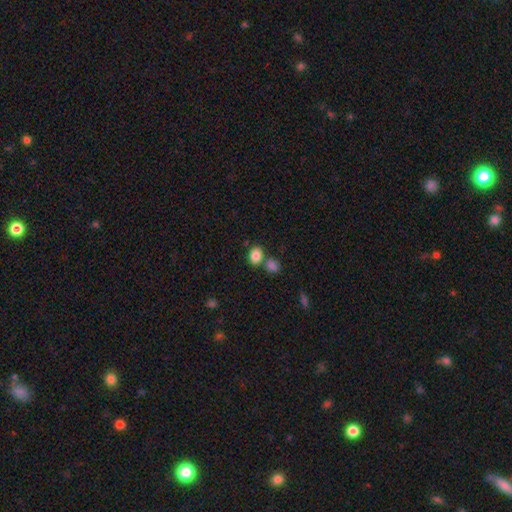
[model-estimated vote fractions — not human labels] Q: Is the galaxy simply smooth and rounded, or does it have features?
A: smooth — 85%.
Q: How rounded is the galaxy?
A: in between — 55%.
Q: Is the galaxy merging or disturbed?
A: none — 57%.